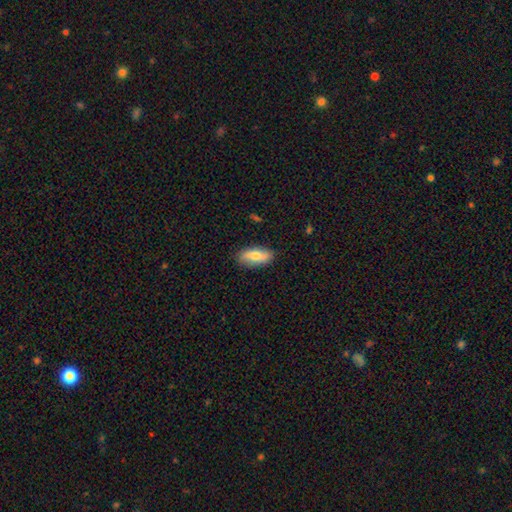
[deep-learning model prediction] A smooth galaxy with no disk features (67%) that is in between round and cigar-shaped (79%). Merging: none (85%).